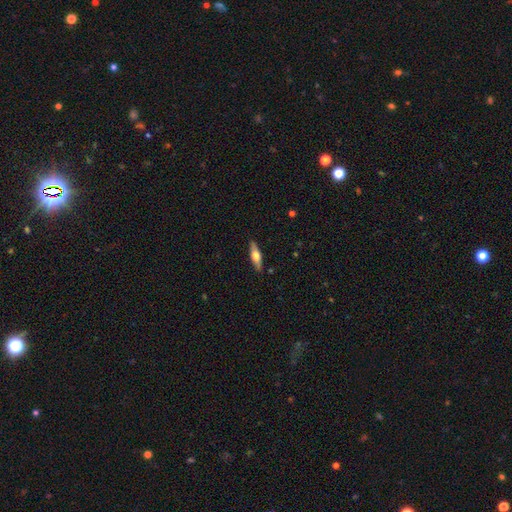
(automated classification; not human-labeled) featured or disk 51%, smooth 43%, star or artifact 6%. Down the decision tree: edge-on disk — yes (91%); merging — none (88%).